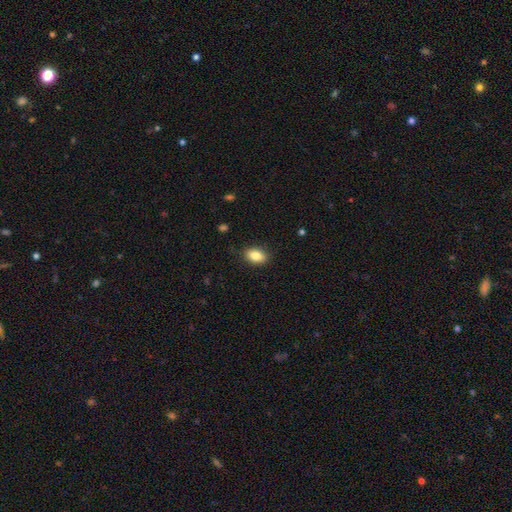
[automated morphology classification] Smooth or featured?
  - smooth: 85% *
  - featured or disk: 8%
  - star or artifact: 8%
How rounded?
  - in between: 88% *
  - round: 10%
  - cigar-shaped: 2%
Merging?
  - none: 86% *
  - minor disturbance: 10%
  - major disturbance: 2%
  - merger: 1%